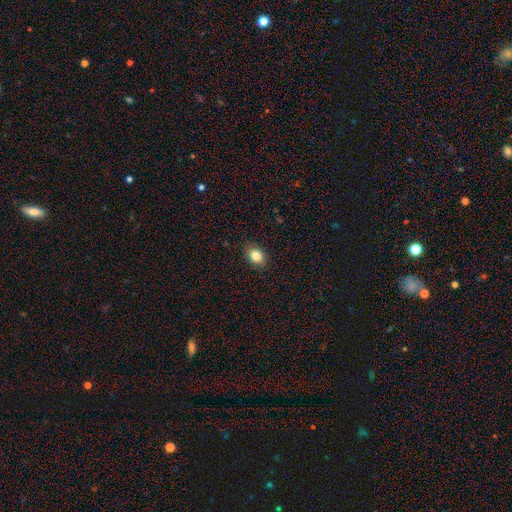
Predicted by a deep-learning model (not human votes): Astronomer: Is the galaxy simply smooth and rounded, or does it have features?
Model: smooth — 83%.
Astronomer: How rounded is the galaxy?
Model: in between — 65%.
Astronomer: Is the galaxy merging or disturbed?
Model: none — 88%.